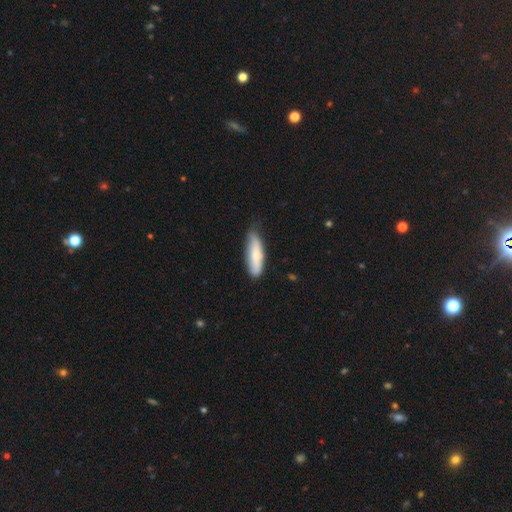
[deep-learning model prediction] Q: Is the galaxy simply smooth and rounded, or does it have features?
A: smooth — 74%.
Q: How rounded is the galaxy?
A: cigar-shaped — 54%.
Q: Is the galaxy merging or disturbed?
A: none — 63%.